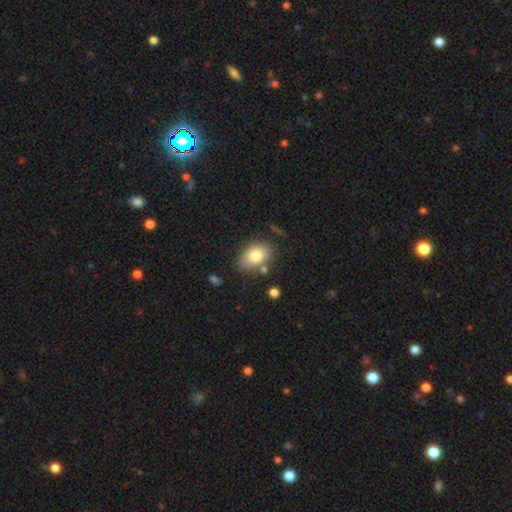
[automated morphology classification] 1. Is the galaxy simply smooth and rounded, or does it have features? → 79% smooth, 13% featured or disk, 8% star or artifact.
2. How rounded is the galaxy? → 83% in between, 15% round, 1% cigar-shaped.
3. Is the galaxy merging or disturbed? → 74% none, 16% minor disturbance, 6% merger, 4% major disturbance.